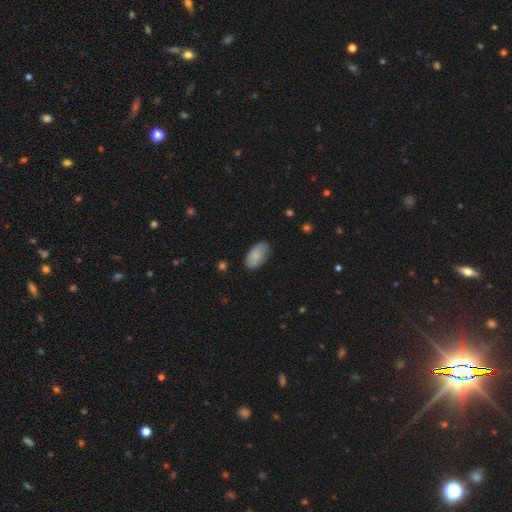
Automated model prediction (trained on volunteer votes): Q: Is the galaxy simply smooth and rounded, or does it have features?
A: smooth — 82%.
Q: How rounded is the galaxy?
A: in between — 94%.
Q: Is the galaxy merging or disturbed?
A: none — 76%.